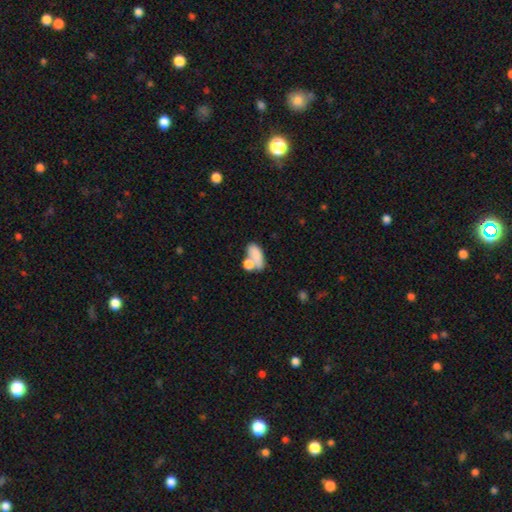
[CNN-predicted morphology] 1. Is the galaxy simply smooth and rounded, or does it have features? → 74% smooth, 17% featured or disk, 9% star or artifact.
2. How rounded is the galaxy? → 84% in between, 9% round, 7% cigar-shaped.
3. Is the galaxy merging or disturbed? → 46% merger, 32% none, 13% minor disturbance, 9% major disturbance.